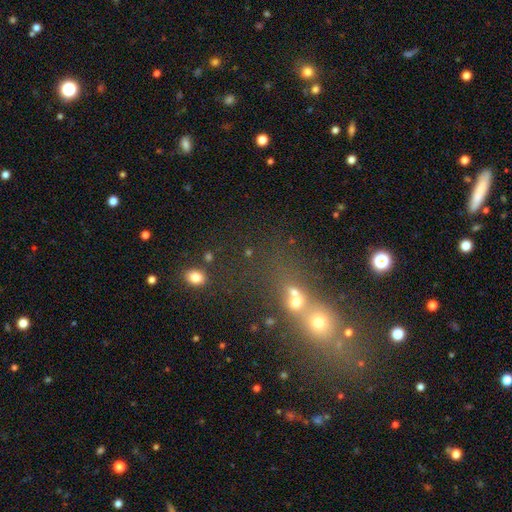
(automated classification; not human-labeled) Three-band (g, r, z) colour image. It shows a smooth galaxy with no disk features (40%). Merging: merger (58%).